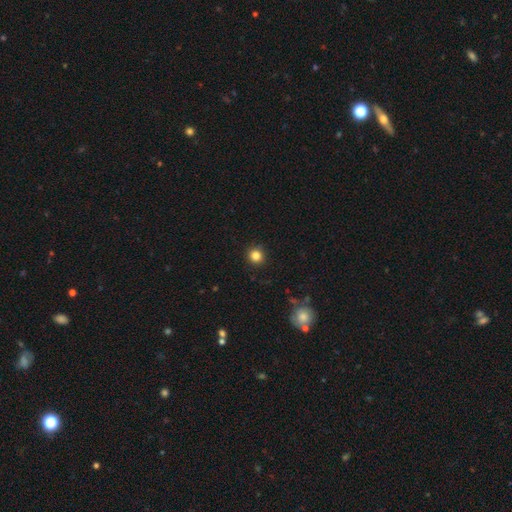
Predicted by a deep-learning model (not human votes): Smooth or featured? smooth (84%)
How rounded? round (93%)
Merging? none (91%)